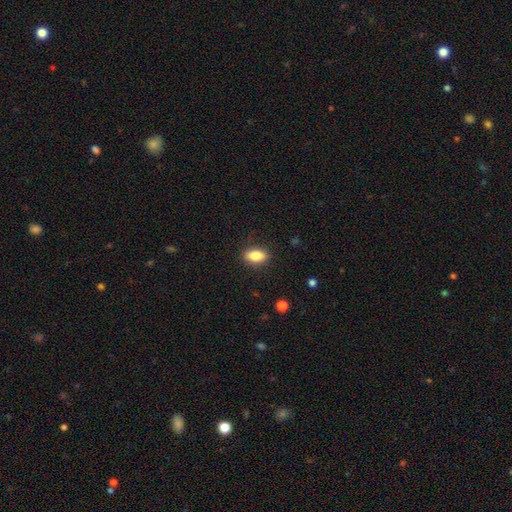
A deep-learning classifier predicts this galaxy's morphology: Overall: smooth (81%). How rounded: in between (87%). Merging: none (88%).